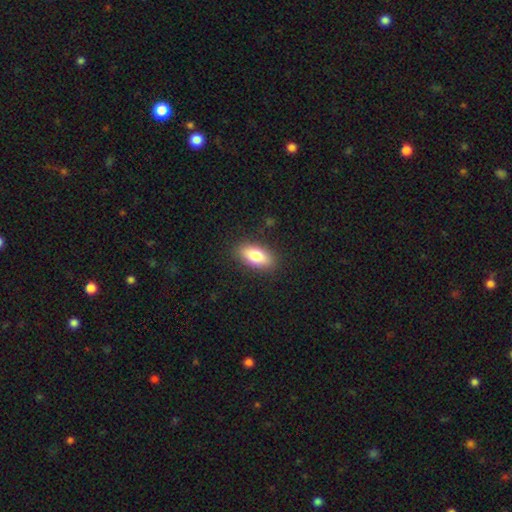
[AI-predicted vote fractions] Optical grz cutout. It shows a smooth galaxy with no disk features (80%) that is in between round and cigar-shaped (86%). Merging: none (87%).